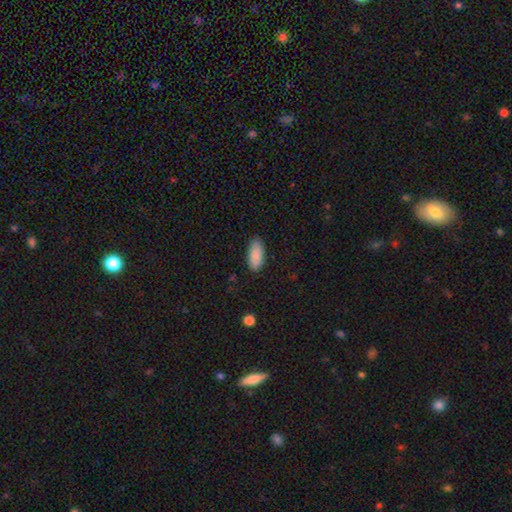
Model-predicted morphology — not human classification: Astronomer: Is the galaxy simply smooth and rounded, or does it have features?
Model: smooth — 89%.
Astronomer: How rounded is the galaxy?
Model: in between — 88%.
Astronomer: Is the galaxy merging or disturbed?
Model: none — 84%.